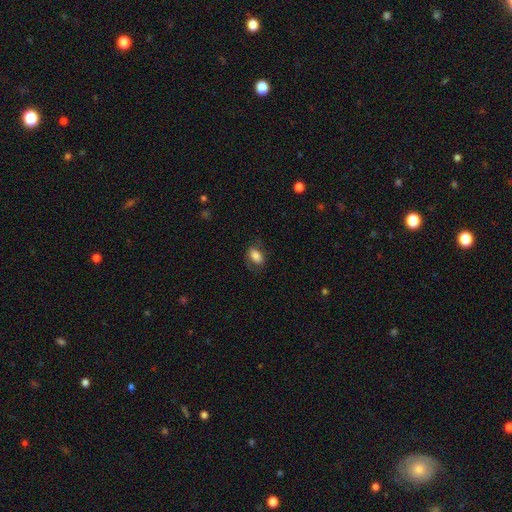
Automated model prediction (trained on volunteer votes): A smooth galaxy with no disk features (77%) that is in between round and cigar-shaped (87%). Merging: none (72%).